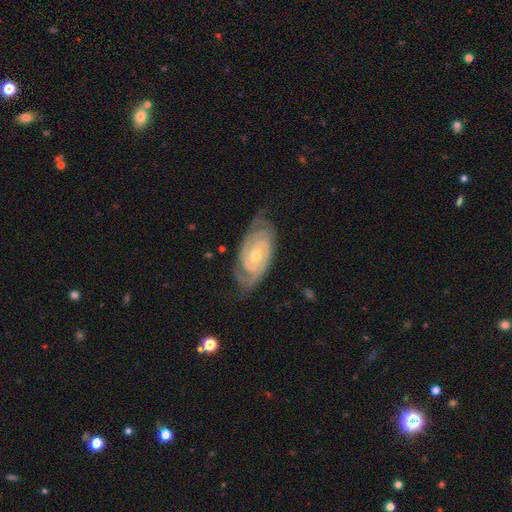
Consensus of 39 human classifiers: smooth_or_featured: featured or disk (p=0.90) [alt: smooth p=0.08]
disk_edge_on: no (p=0.91) [alt: yes p=0.09]
bar: no (p=0.72) [alt: weak p=0.22]
has_spiral_arms: yes (p=1.00)
spiral_winding: tight (p=0.88) [alt: medium p=0.09]
spiral_arm_count: 2 (p=0.50) [alt: can't tell p=0.34]
bulge_size: moderate (p=0.69) [alt: small p=0.31]
merging: none (p=0.68) [alt: minor disturbance p=0.21]